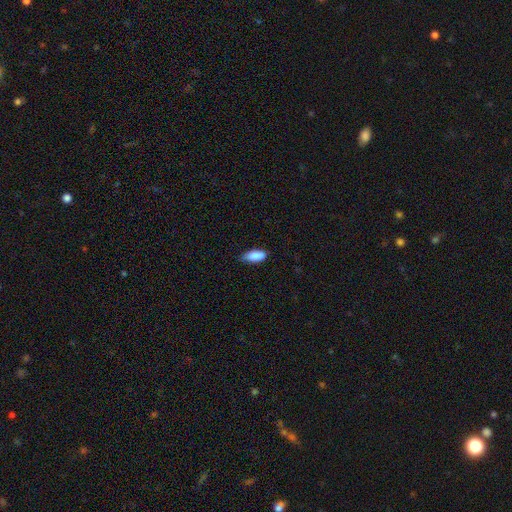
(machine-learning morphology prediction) A smooth galaxy with no disk features (89%) that is in between round and cigar-shaped (85%).

Vote fractions:
- Smooth or featured? smooth: 89% / star or artifact: 6% / featured or disk: 5%
- How rounded? in between: 85% / cigar-shaped: 13% / round: 2%
- Merging? none: 71% / minor disturbance: 24% / major disturbance: 3% / merger: 1%